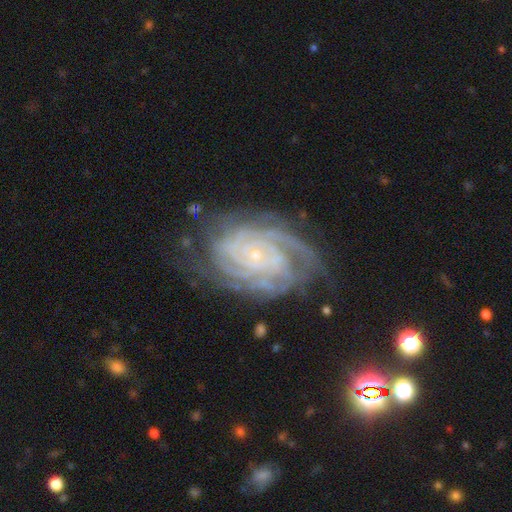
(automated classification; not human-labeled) Morphology: type=featured or disk (89%); edge-on=no (97%); bar=no (77%); spiral arms=yes (98%); winding=tight (80%); arm count=4 (25%); bulge=small (88%); merging=none (70%).